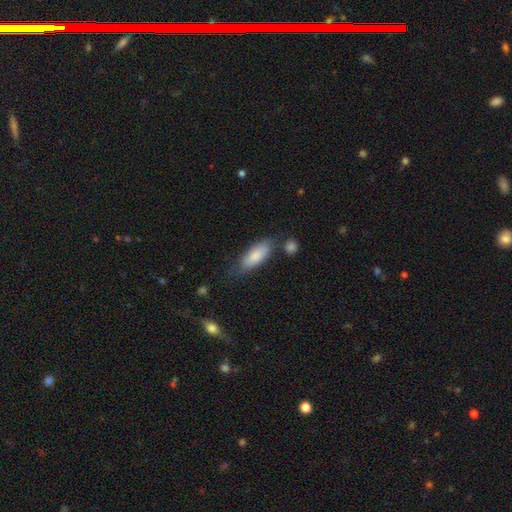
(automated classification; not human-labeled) A smooth galaxy with no disk features (81%) that is in between round and cigar-shaped (73%). Merging: none (63%).